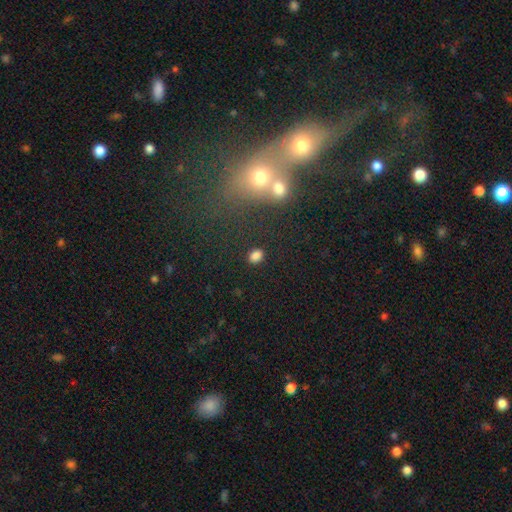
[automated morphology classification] A smooth galaxy with no disk features (82%) that is in between round and cigar-shaped (63%).

Vote fractions:
- Smooth or featured? smooth: 82% / star or artifact: 13% / featured or disk: 5%
- How rounded? in between: 63% / round: 36% / cigar-shaped: 1%
- Merging? none: 86% / minor disturbance: 8% / merger: 3% / major disturbance: 3%